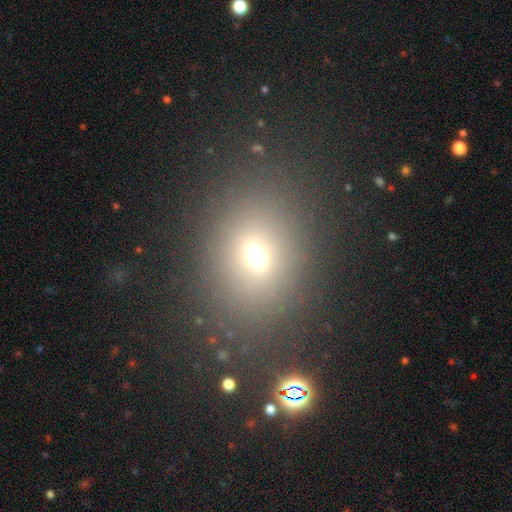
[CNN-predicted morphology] smooth 64%, star or artifact 22%, featured or disk 14%. Down the decision tree: how rounded — in between (54%); merging — none (77%).